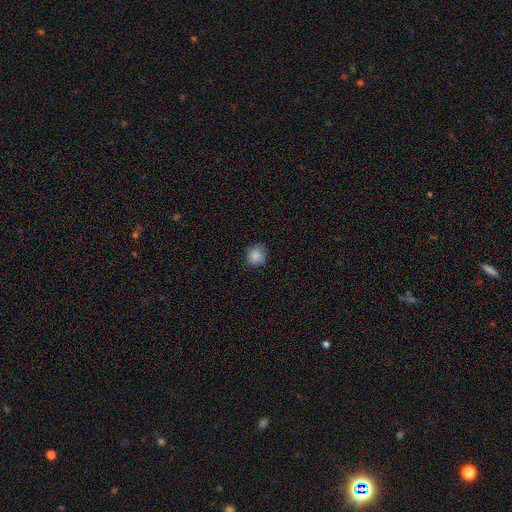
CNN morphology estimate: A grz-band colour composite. It shows a smooth galaxy with no disk features (86%) that is round (86%). Merging: none (80%).